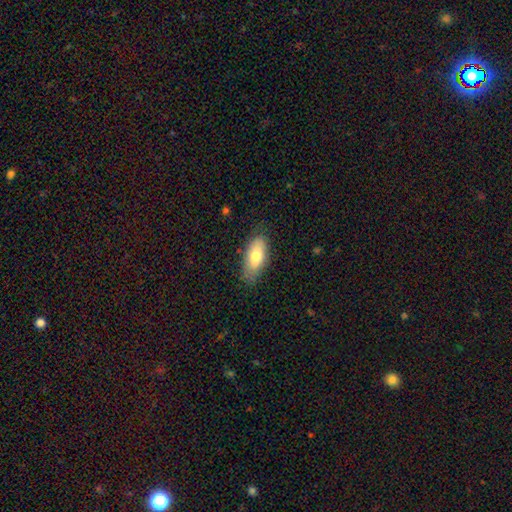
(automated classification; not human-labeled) Smooth or featured? Predicted: smooth (p=0.74). How rounded? Predicted: in between (p=0.85). Merging? Predicted: none (p=0.74).